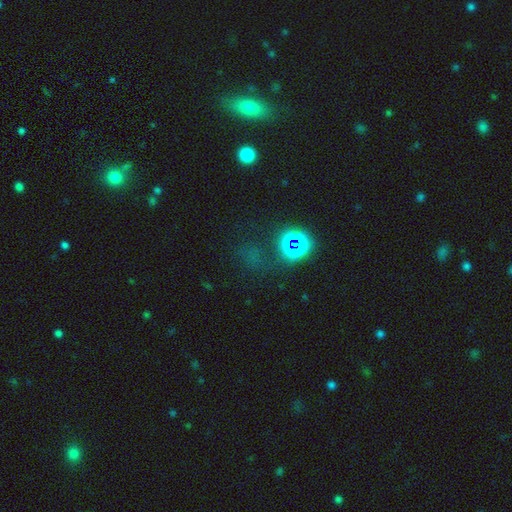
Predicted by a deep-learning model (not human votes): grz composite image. It shows a star or artifact, not a galaxy (64%).